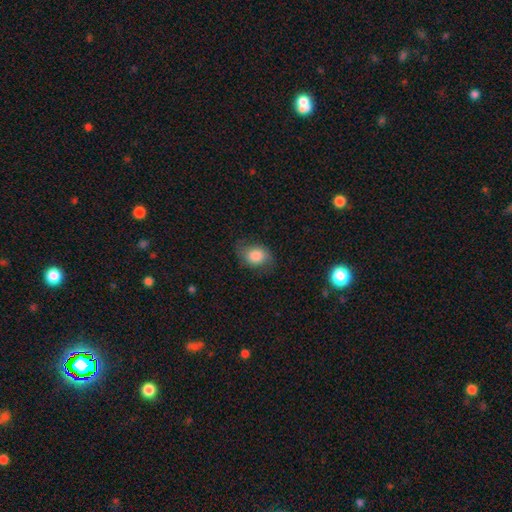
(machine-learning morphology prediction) smooth 69%, featured or disk 22%, star or artifact 9%. Down the decision tree: how rounded — in between (56%); merging — none (68%).